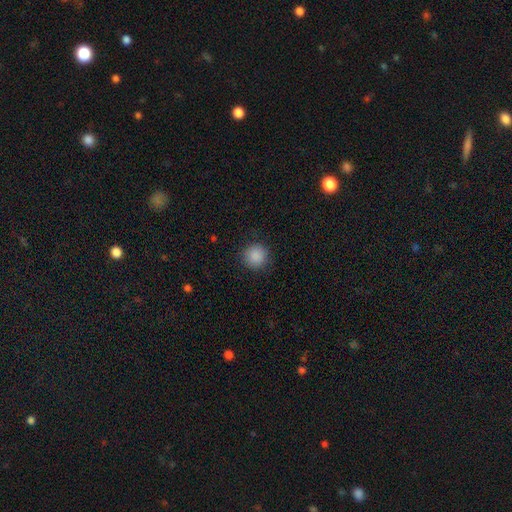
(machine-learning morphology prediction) Smooth or featured: smooth — 88% (star or artifact — 9%)
How rounded: round — 94% (in between — 5%)
Merging: none — 89% (minor disturbance — 7%)